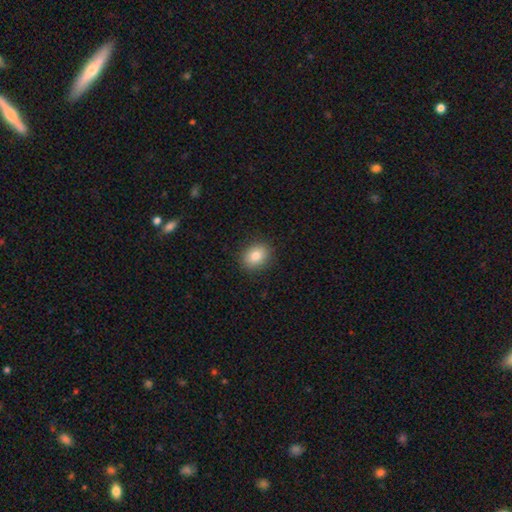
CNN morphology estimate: smooth_or_featured: smooth (p=0.82) [alt: star or artifact p=0.09]
how_rounded: in between (p=0.54) [alt: round p=0.44]
merging: none (p=0.89) [alt: minor disturbance p=0.08]